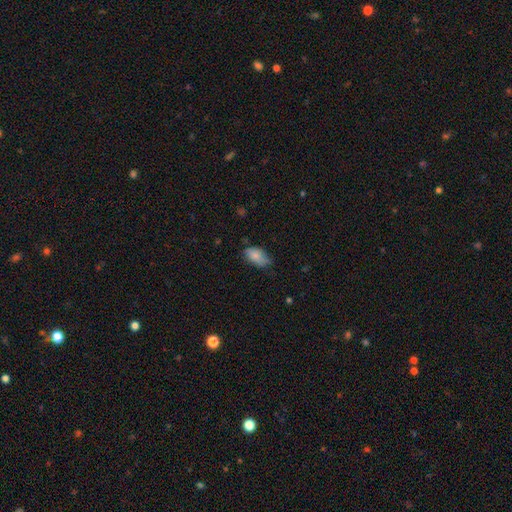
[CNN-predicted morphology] A smooth galaxy with no disk features (83%) that is in between round and cigar-shaped (93%). Merging: none (56%).